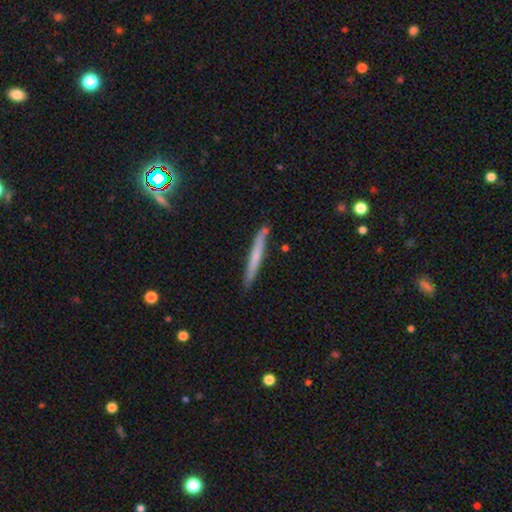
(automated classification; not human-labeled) A smooth galaxy with no disk features (58%) that is cigar-shaped (97%).

Vote fractions:
- Smooth or featured? smooth: 58% / featured or disk: 36% / star or artifact: 6%
- How rounded? cigar-shaped: 97% / in between: 2% / round: 1%
- Merging? none: 86% / minor disturbance: 11% / merger: 2% / major disturbance: 2%